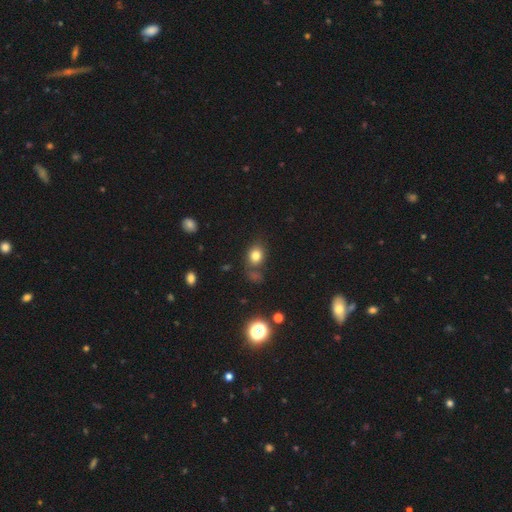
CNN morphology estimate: Smooth or featured: smooth — 79% (star or artifact — 14%)
How rounded: round — 50% (in between — 48%)
Merging: none — 69% (minor disturbance — 15%)